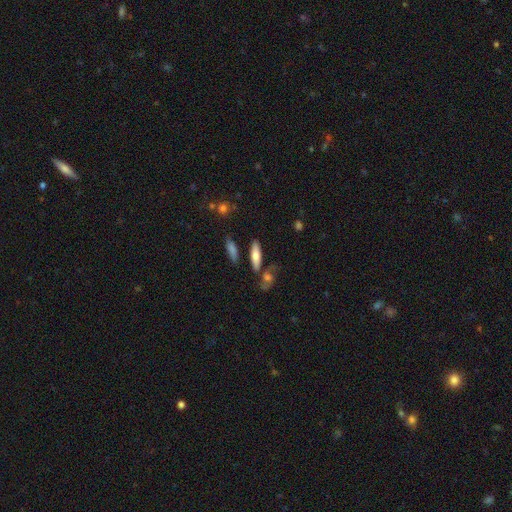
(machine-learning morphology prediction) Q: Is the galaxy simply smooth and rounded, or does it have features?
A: smooth — 65%.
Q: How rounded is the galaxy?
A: cigar-shaped — 53%.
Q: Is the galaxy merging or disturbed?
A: none — 72%.